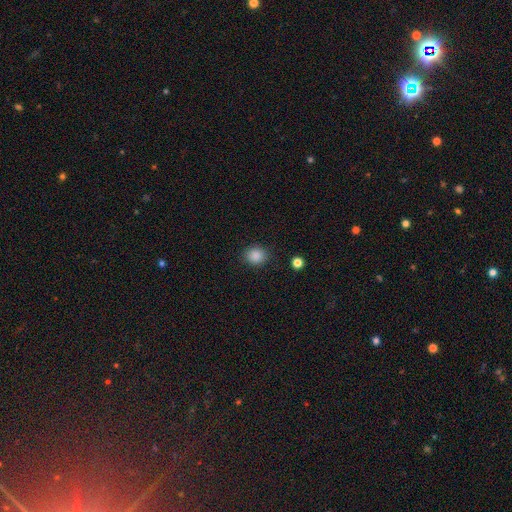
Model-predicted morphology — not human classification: Smooth or featured? Predicted: smooth (p=0.87). How rounded? Predicted: round (p=0.77). Merging? Predicted: none (p=0.88).